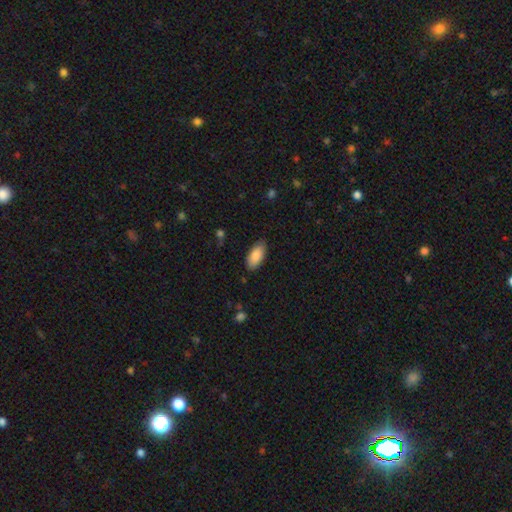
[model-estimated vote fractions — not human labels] A smooth galaxy with no disk features (87%) that is in between round and cigar-shaped (92%).

Vote fractions:
- Smooth or featured? smooth: 87% / featured or disk: 7% / star or artifact: 6%
- How rounded? in between: 92% / cigar-shaped: 6% / round: 2%
- Merging? none: 85% / minor disturbance: 11% / major disturbance: 2% / merger: 1%